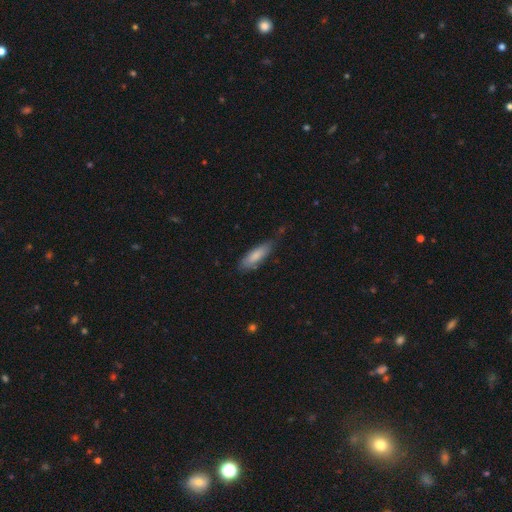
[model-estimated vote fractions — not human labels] Q: Smooth or featured?
A: smooth (80%); runner-up: featured or disk (14%)
Q: How rounded?
A: in between (53%); runner-up: cigar-shaped (45%)
Q: Merging?
A: none (65%); runner-up: minor disturbance (27%)